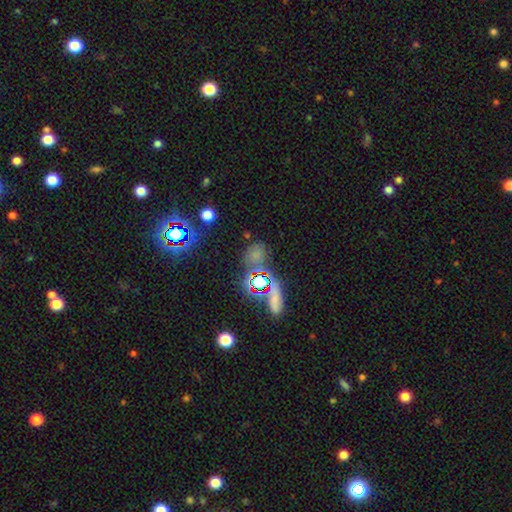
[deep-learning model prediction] Smooth or featured? smooth (47%)
Merging? none (62%)